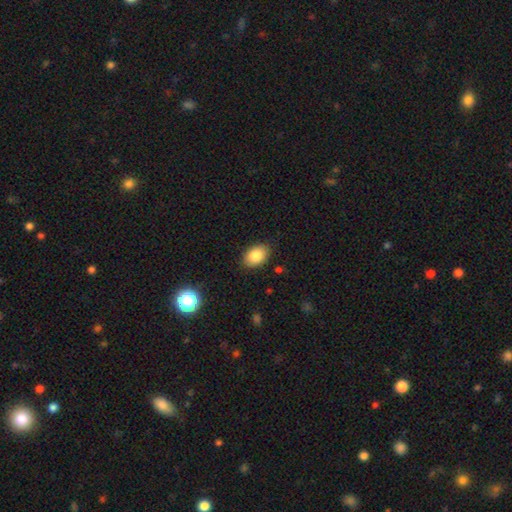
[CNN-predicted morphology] Smooth or featured? Predicted: smooth (p=0.85). How rounded? Predicted: in between (p=0.84). Merging? Predicted: none (p=0.86).